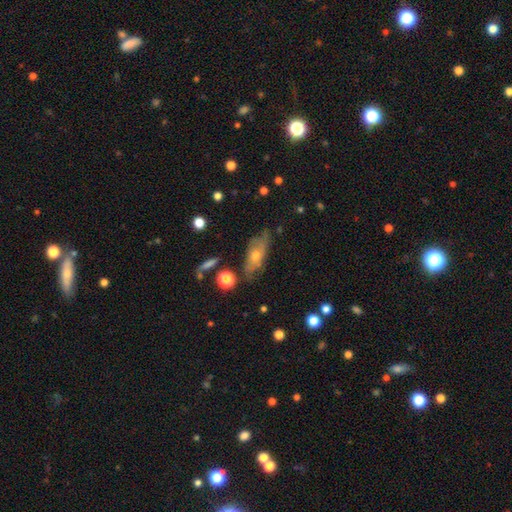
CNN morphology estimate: Smooth or featured: featured or disk — 52% (smooth — 38%)
Edge-on disk: no — 73% (yes — 27%)
Merging: none — 63% (minor disturbance — 25%)